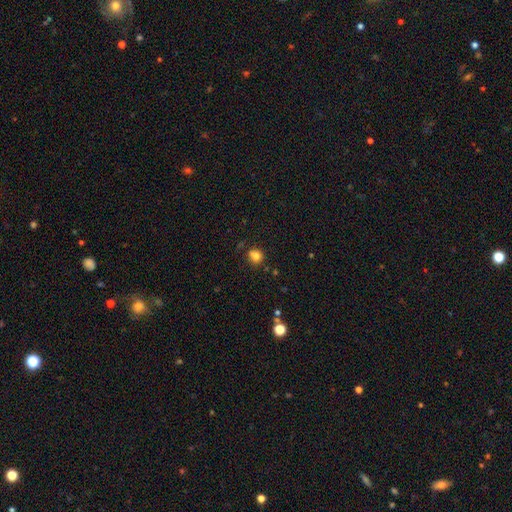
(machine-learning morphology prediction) Smooth or featured? Predicted: smooth (p=0.79). How rounded? Predicted: round (p=0.81). Merging? Predicted: none (p=0.69).